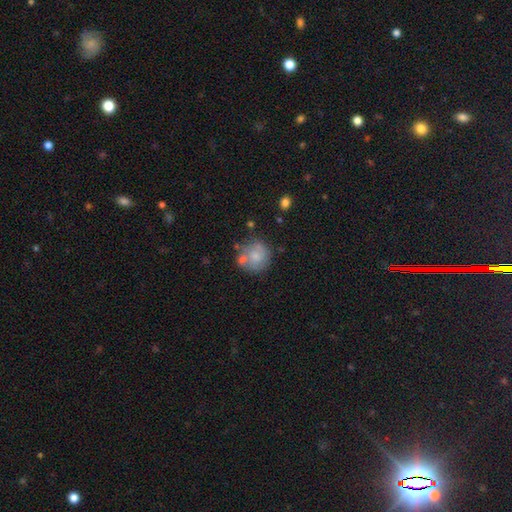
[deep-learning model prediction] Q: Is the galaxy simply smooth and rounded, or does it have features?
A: smooth — 65%.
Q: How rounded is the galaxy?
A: round — 87%.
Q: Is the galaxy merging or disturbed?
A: none — 57%.